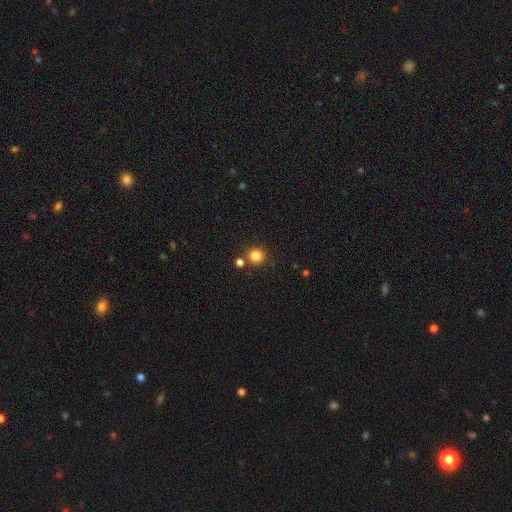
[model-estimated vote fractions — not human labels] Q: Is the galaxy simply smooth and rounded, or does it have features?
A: smooth — 83%.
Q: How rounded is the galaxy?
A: round — 93%.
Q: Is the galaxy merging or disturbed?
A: none — 80%.